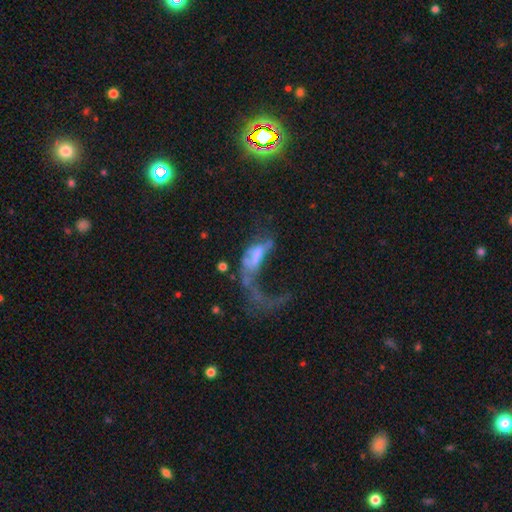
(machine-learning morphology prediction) Smooth or featured? Predicted: featured or disk (p=0.53). Edge-on disk? Predicted: no (p=0.90). Merging? Predicted: major disturbance (p=0.60).